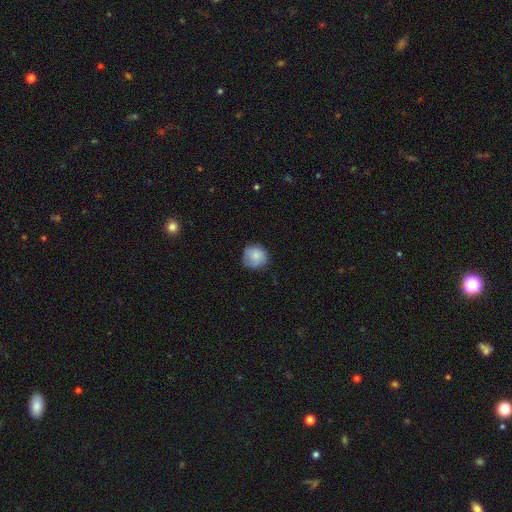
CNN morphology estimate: A smooth galaxy with no disk features (80%) that is round (88%).

Vote fractions:
- Smooth or featured? smooth: 80% / featured or disk: 12% / star or artifact: 8%
- How rounded? round: 88% / in between: 11% / cigar-shaped: 1%
- Merging? none: 69% / minor disturbance: 24% / major disturbance: 5% / merger: 1%